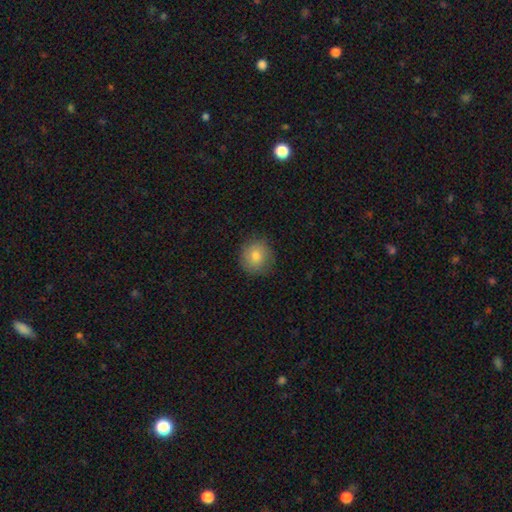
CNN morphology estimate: A smooth galaxy with no disk features (78%) that is round (90%). Merging: none (85%).